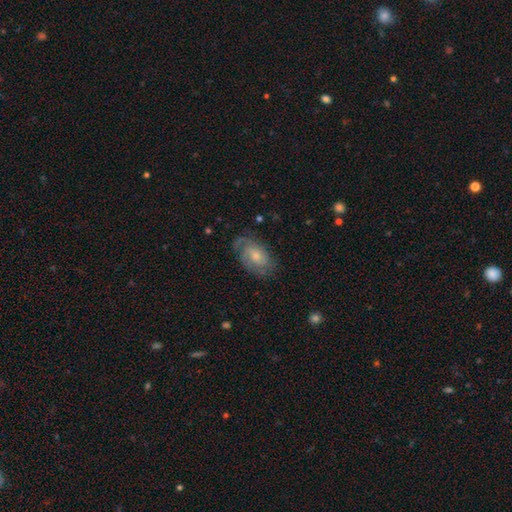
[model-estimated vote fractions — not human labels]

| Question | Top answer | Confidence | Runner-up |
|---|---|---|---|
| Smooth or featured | featured or disk | 64% | smooth (29%) |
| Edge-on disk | no | 95% | yes (5%) |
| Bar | no | 72% | weak (25%) |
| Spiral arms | yes | 89% | no (11%) |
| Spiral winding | tight | 50% | medium (36%) |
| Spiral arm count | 2 | 37% | can't tell (31%) |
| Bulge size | moderate | 47% | small (41%) |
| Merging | none | 68% | minor disturbance (21%) |